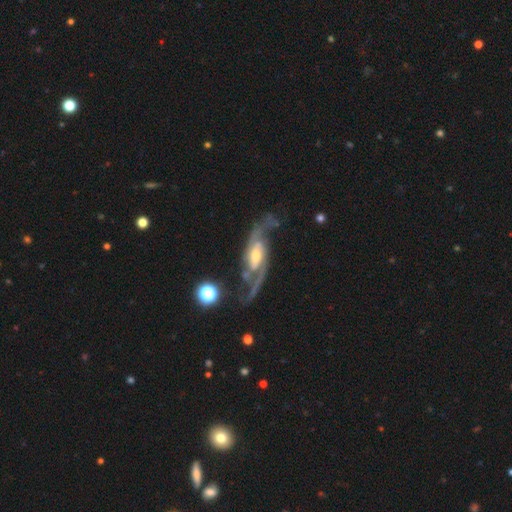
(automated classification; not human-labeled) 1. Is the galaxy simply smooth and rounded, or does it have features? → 90% featured or disk, 5% smooth, 5% star or artifact.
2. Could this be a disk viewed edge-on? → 94% no, 6% yes.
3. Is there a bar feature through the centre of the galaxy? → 44% weak, 34% no, 23% strong.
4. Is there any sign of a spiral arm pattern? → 97% yes, 3% no.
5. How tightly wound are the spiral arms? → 49% medium, 37% loose, 15% tight.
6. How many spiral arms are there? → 89% 2, 3% can't tell, 3% 3, 2% 1, 1% 4, 1% more than 4.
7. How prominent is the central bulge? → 57% moderate, 32% small, 8% large, 2% none, 1% dominant.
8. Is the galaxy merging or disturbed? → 66% none, 17% minor disturbance, 12% major disturbance, 4% merger.